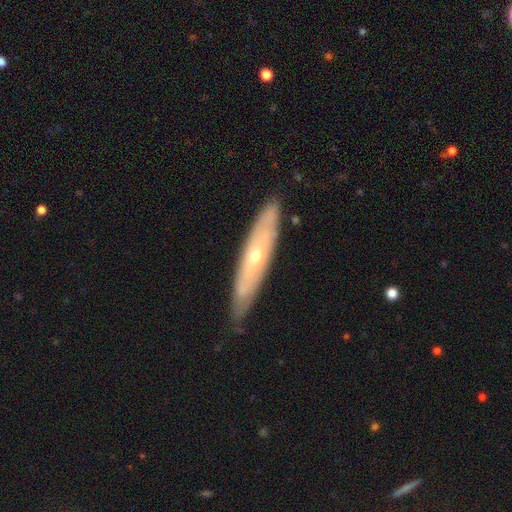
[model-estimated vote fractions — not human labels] The model was most divided on "edge-on disk": yes: 57%, no: 43%. More confident: merging — none (80%); smooth or featured — featured or disk (62%).